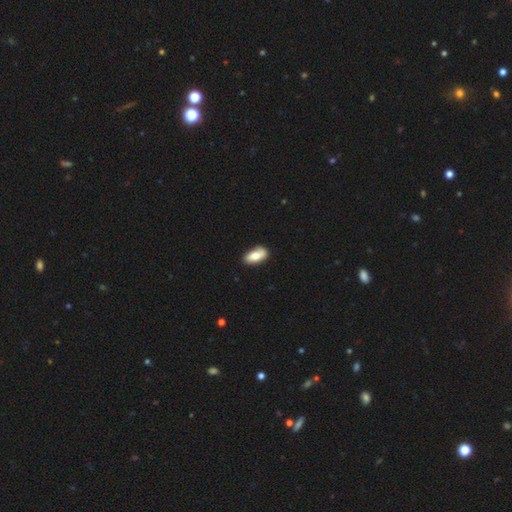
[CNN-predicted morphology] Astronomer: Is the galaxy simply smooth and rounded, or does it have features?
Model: smooth — 76%.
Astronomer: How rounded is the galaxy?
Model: in between — 90%.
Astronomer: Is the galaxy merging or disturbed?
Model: none — 82%.